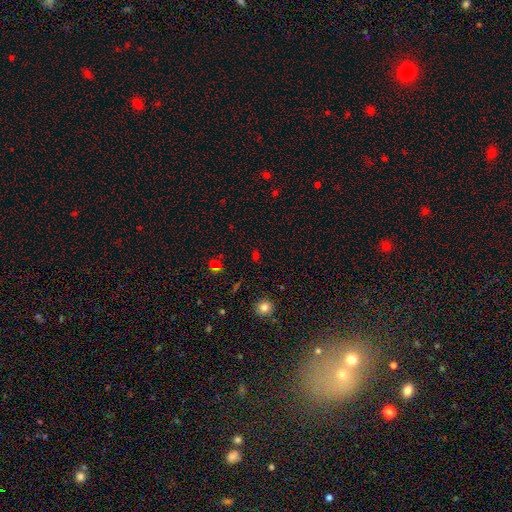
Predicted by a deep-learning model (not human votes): smooth 49%, star or artifact 44%, featured or disk 7%. Down the decision tree: merging — none (80%).